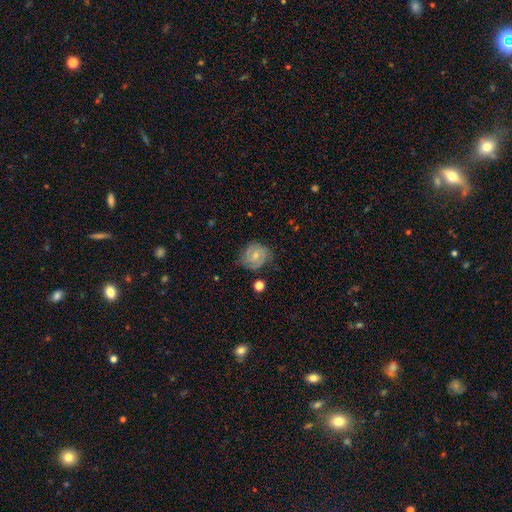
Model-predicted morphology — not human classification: featured or disk 60%, smooth 32%, star or artifact 8%. Down the decision tree: edge-on disk — no (97%); bar — no (69%); spiral arms — yes (86%); spiral arm count — 2 (43%); spiral winding — tight (62%); bulge size — small (53%); merging — none (70%).